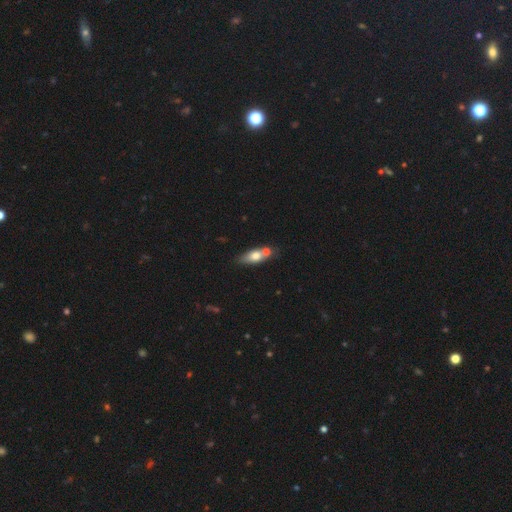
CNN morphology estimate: Smooth or featured: smooth — 65% (featured or disk — 28%)
How rounded: in between — 65% (cigar-shaped — 28%)
Merging: none — 48% (merger — 35%)